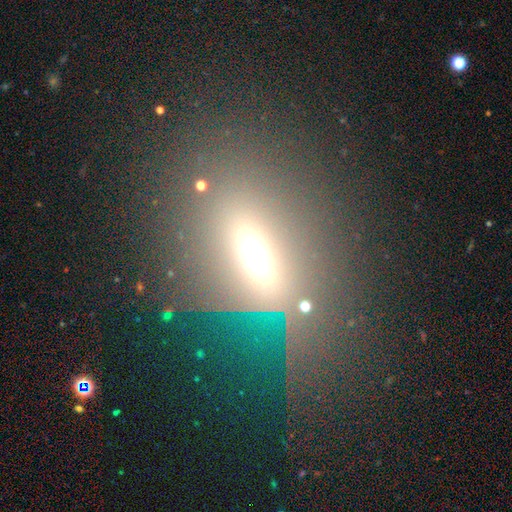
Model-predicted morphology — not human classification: A smooth galaxy with no disk features (39%).

Vote fractions:
- Smooth or featured? smooth: 39% / featured or disk: 35% / star or artifact: 26%
- Merging? none: 58% / major disturbance: 19% / minor disturbance: 15% / merger: 8%